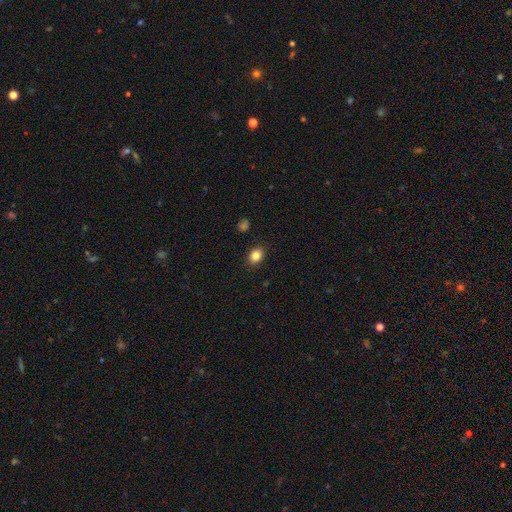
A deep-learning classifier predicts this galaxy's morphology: The model was most divided on "how rounded": in between: 53%, round: 46%, cigar-shaped: 1%. More confident: merging — none (89%); smooth or featured — smooth (84%).